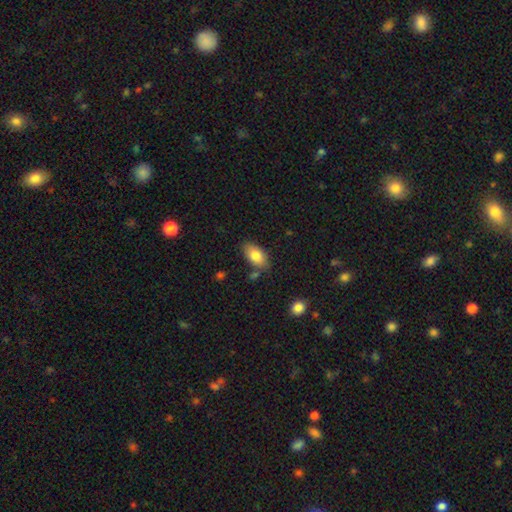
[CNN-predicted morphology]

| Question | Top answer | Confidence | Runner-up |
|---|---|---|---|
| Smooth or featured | smooth | 81% | featured or disk (12%) |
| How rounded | in between | 92% | round (4%) |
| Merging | none | 76% | minor disturbance (15%) |